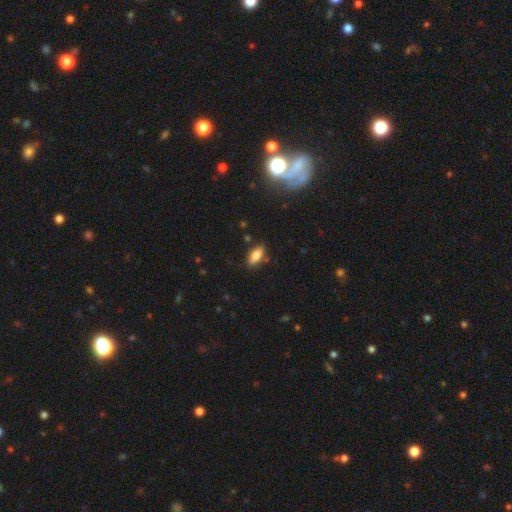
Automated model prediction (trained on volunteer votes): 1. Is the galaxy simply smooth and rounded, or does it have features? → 79% smooth, 14% featured or disk, 8% star or artifact.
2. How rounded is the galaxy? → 80% in between, 18% cigar-shaped, 3% round.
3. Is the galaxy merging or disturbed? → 82% none, 12% minor disturbance, 3% major disturbance, 3% merger.